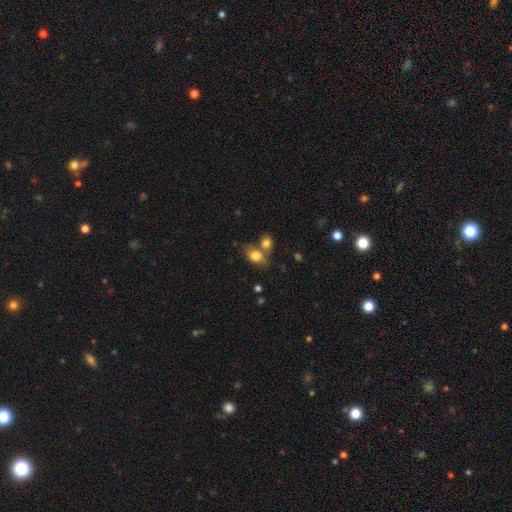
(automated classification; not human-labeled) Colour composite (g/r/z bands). It shows a smooth galaxy with no disk features (80%) that is in between round and cigar-shaped (69%). Merging: none (47%).